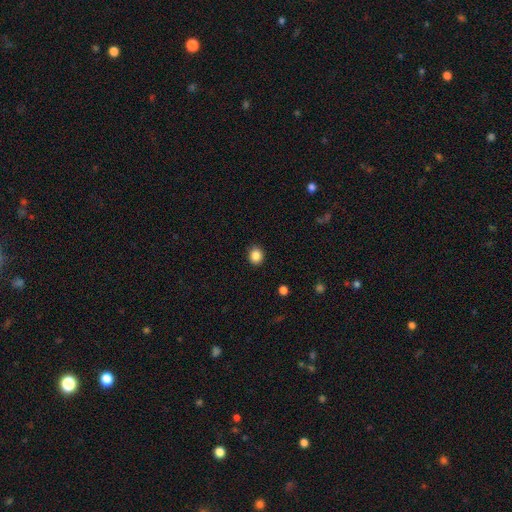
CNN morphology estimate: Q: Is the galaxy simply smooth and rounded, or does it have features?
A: smooth — 86%.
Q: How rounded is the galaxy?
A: round — 74%.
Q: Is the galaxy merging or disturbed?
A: none — 90%.